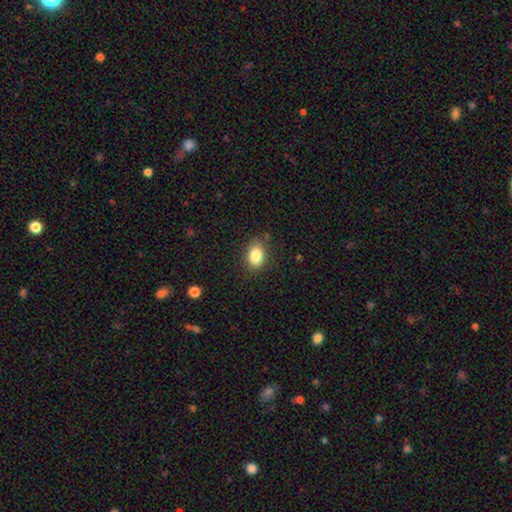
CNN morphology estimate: This is clearly a smooth galaxy (85%). How rounded: clearly in between (82%). Merging: clearly none (83%).